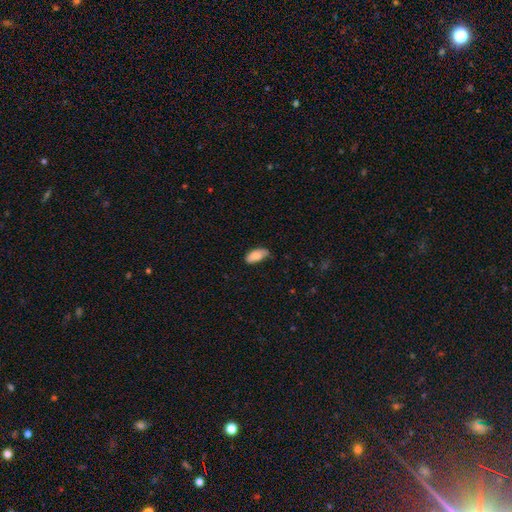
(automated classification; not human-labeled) Smooth or featured? Predicted: smooth (p=0.85). How rounded? Predicted: in between (p=0.90). Merging? Predicted: none (p=0.64).